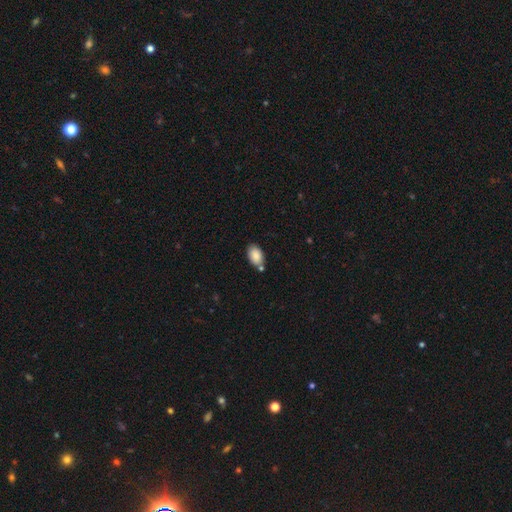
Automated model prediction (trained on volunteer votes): A smooth galaxy with no disk features (87%) that is in between round and cigar-shaped (89%). Merging: none (70%).